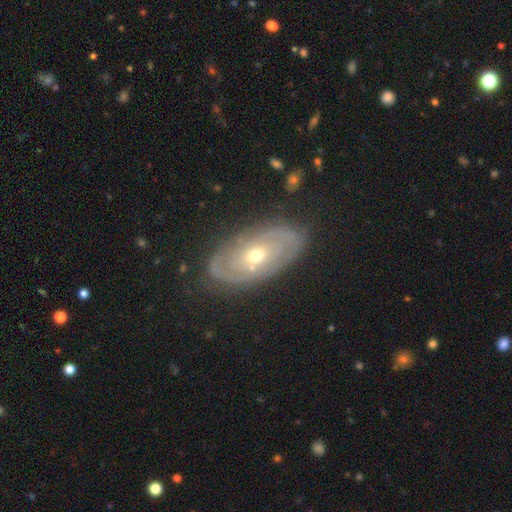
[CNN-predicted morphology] The model was most divided on "spiral arm count": 2: 41%, can't tell: 38%, 3: 9%, 4: 4%, 1: 4%, more than 4: 4%. More confident: edge-on disk — no (92%); merging — none (82%); spiral arms — yes (80%); smooth or featured — featured or disk (80%); spiral winding — tight (71%); bar — no (66%); bulge size — moderate (51%).